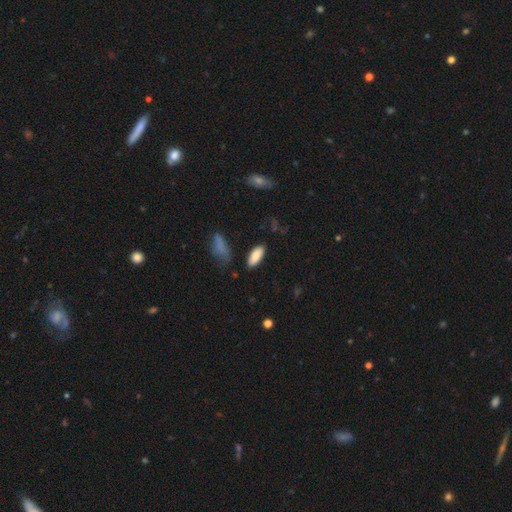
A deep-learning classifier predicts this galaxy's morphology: Smooth or featured? smooth (84%)
How rounded? in between (81%)
Merging? none (82%)